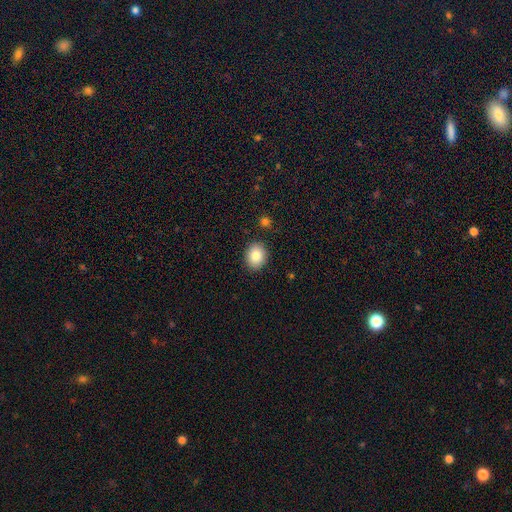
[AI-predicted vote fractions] Q: Smooth or featured?
A: smooth (84%); runner-up: star or artifact (9%)
Q: How rounded?
A: round (63%); runner-up: in between (36%)
Q: Merging?
A: none (88%); runner-up: minor disturbance (8%)